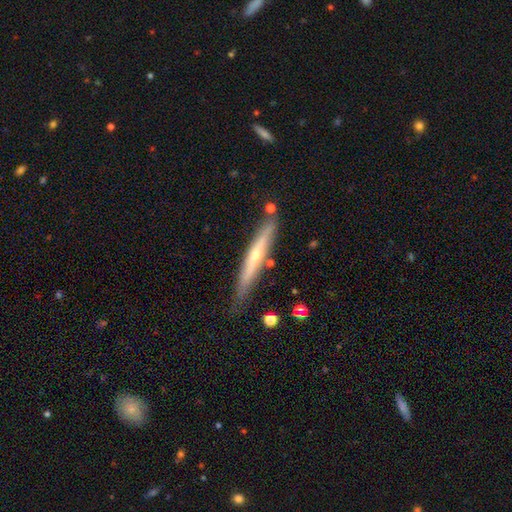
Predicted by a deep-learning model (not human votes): Smooth or featured? featured or disk (59%)
Edge-on disk? yes (93%)
Edge-on bulge? rounded (66%)
Merging? none (79%)